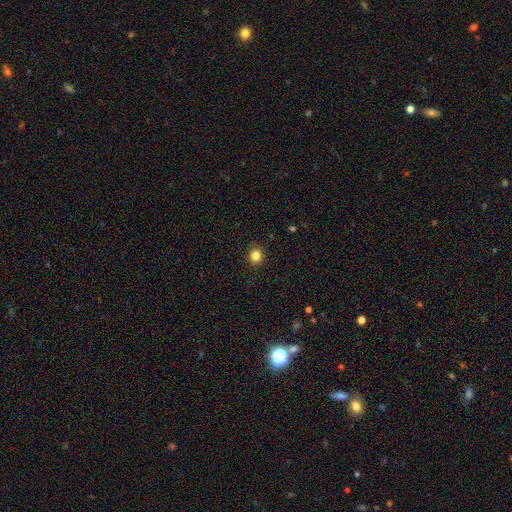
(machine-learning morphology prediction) The model was most divided on "how rounded": round: 82%, in between: 17%, cigar-shaped: 1%. More confident: merging — none (88%); smooth or featured — smooth (83%).